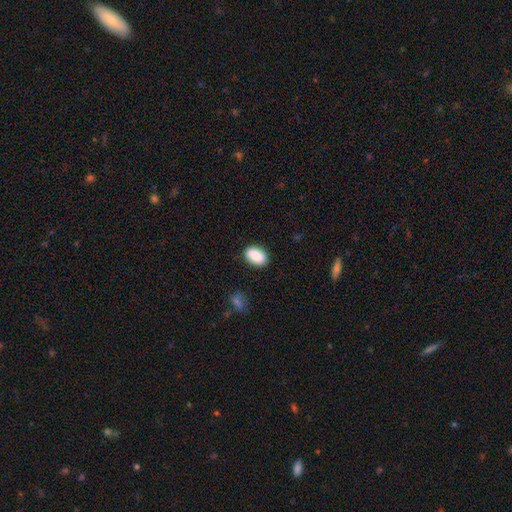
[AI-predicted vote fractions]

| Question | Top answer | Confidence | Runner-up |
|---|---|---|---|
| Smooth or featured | smooth | 88% | star or artifact (7%) |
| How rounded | in between | 90% | round (9%) |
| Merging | none | 85% | minor disturbance (11%) |